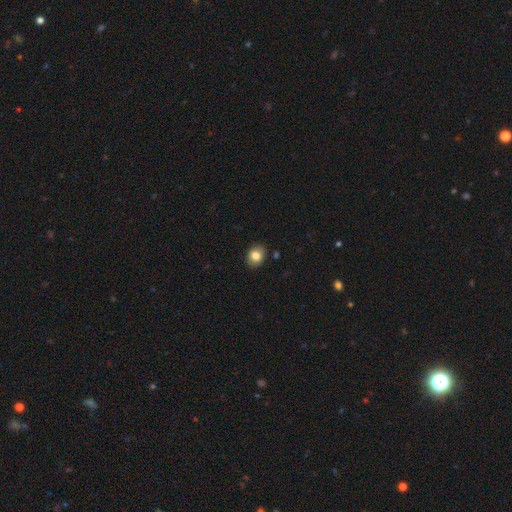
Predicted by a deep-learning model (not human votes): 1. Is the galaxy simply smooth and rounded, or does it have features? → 82% smooth, 9% featured or disk, 9% star or artifact.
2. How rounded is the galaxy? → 56% in between, 43% round, 1% cigar-shaped.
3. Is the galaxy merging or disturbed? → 87% none, 9% minor disturbance, 2% major disturbance, 1% merger.